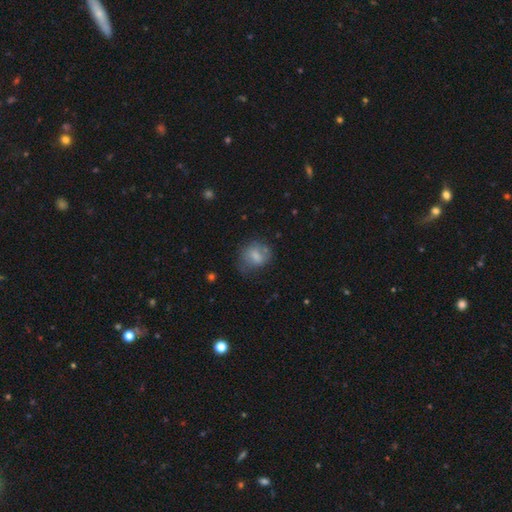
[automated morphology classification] Smooth or featured?
  - smooth: 67% *
  - featured or disk: 24%
  - star or artifact: 9%
How rounded?
  - round: 60% *
  - in between: 39%
  - cigar-shaped: 1%
Merging?
  - none: 51% *
  - minor disturbance: 28%
  - major disturbance: 15%
  - merger: 6%